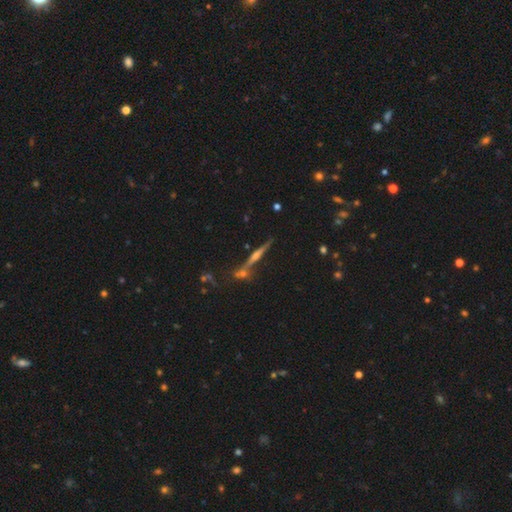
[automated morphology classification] The model was most divided on "merging": none: 69%, merger: 16%, minor disturbance: 11%, major disturbance: 4%. More confident: edge-on disk — yes (95%); smooth or featured — featured or disk (73%); edge-on bulge — rounded (72%).